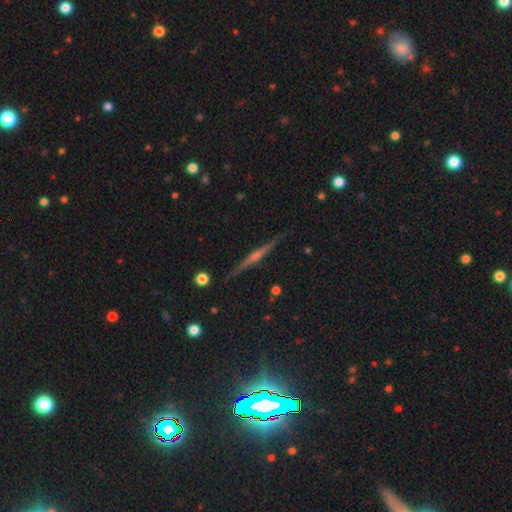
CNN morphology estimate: This is likely a featured or disk galaxy (74%). It is clearly viewed edge-on (98%). Edge-on bulge: possibly rounded (54%). Merging: clearly none (91%).